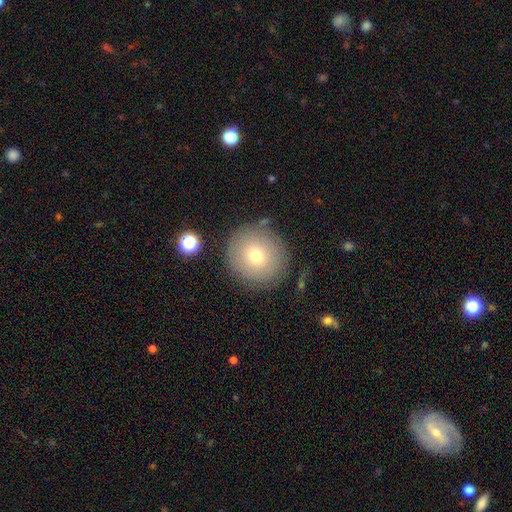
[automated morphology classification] The model was most divided on "smooth or featured": smooth: 73%, featured or disk: 17%, star or artifact: 11%. More confident: how rounded — round (91%); merging — none (82%).